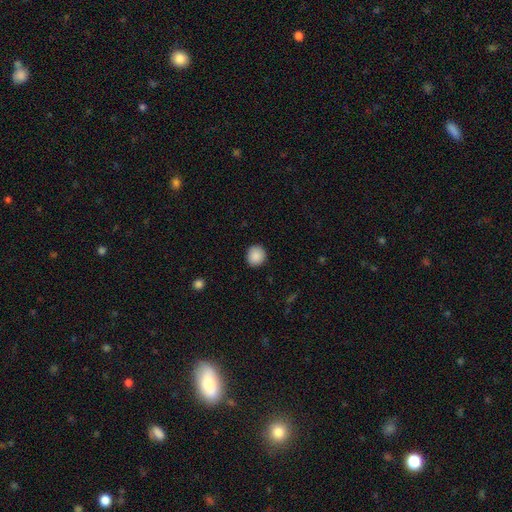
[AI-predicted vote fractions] smooth-or-featured: smooth: 89% | star or artifact: 8% | featured or disk: 3%
  how-rounded: round: 89% | in between: 11% | cigar-shaped: 1%
  merging: none: 91% | minor disturbance: 7% | major disturbance: 2% | merger: 1%